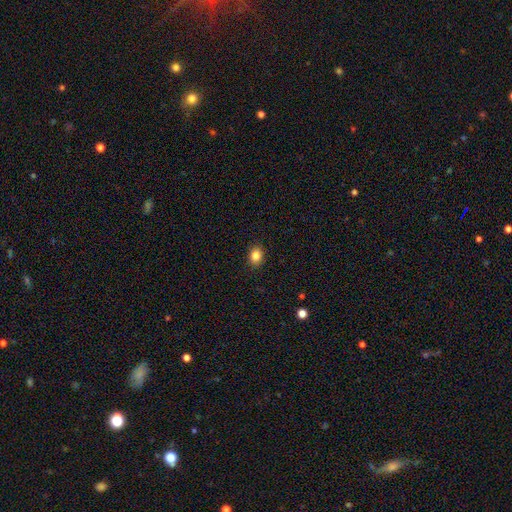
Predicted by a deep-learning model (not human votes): Q: Smooth or featured?
A: smooth (84%); runner-up: star or artifact (10%)
Q: How rounded?
A: in between (56%); runner-up: round (43%)
Q: Merging?
A: none (90%); runner-up: minor disturbance (7%)